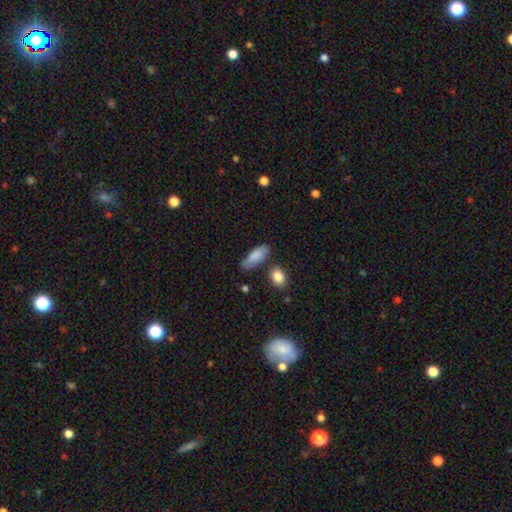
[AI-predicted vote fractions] A smooth galaxy with no disk features (80%) that is in between round and cigar-shaped (70%).

Vote fractions:
- Smooth or featured? smooth: 80% / featured or disk: 14% / star or artifact: 7%
- How rounded? in between: 70% / cigar-shaped: 27% / round: 3%
- Merging? none: 63% / minor disturbance: 23% / merger: 7% / major disturbance: 6%